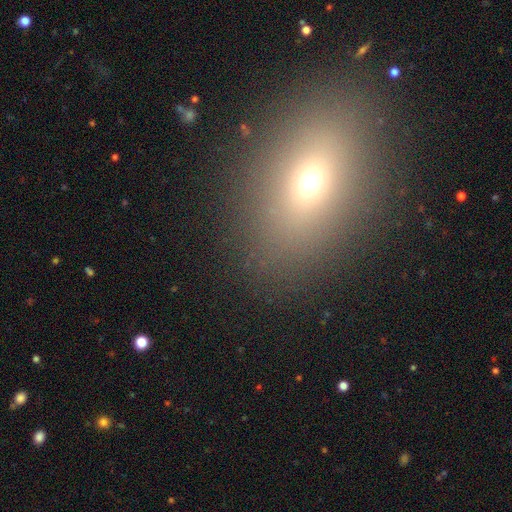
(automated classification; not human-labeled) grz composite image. It shows a smooth galaxy with no disk features (60%) that is in between round and cigar-shaped (66%). Merging: none (86%).